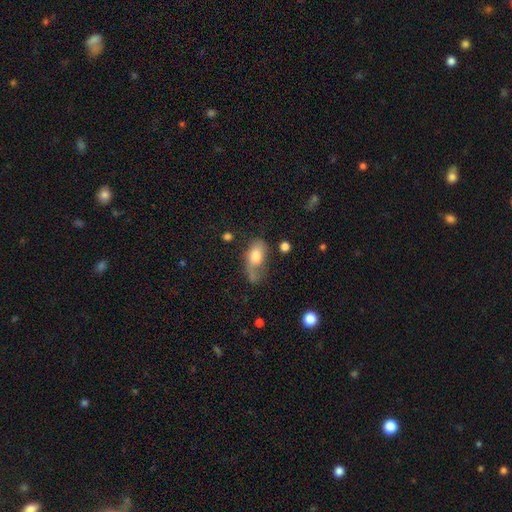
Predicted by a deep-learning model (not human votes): A smooth galaxy with no disk features (72%) that is in between round and cigar-shaped (86%). Merging: none (33%).